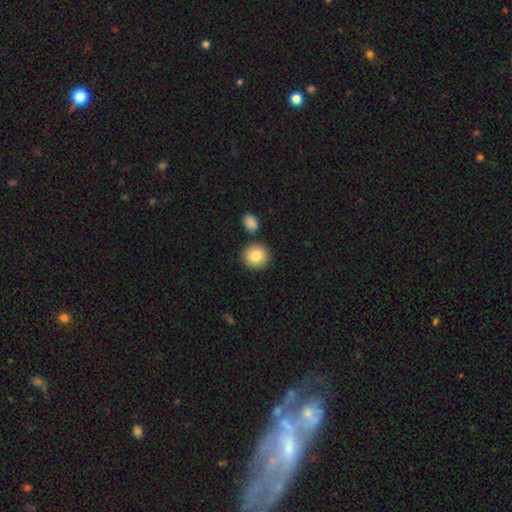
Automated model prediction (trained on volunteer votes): Smooth or featured? smooth (85%)
How rounded? round (91%)
Merging? none (83%)